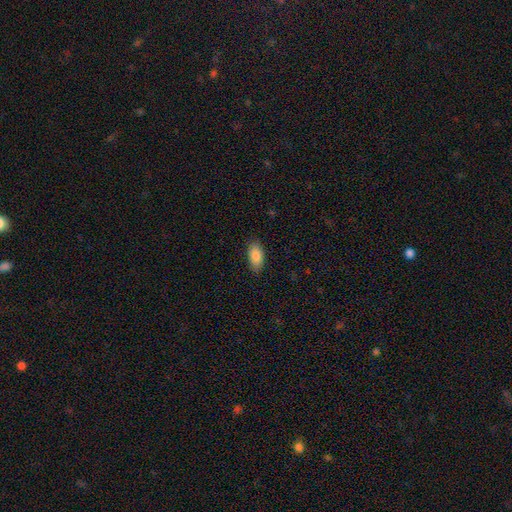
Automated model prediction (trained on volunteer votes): Smooth or featured?
  - smooth: 87% *
  - star or artifact: 7%
  - featured or disk: 6%
How rounded?
  - in between: 90% *
  - cigar-shaped: 7%
  - round: 2%
Merging?
  - none: 86% *
  - minor disturbance: 11%
  - major disturbance: 2%
  - merger: 1%